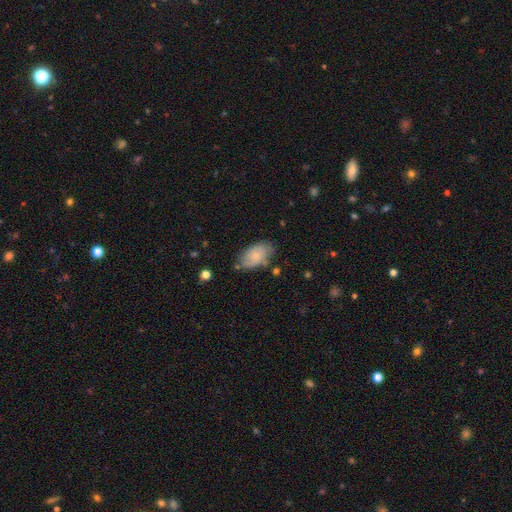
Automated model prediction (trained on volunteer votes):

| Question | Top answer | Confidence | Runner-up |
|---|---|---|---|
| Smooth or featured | smooth | 67% | featured or disk (26%) |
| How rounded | in between | 92% | round (6%) |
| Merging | none | 66% | minor disturbance (24%) |